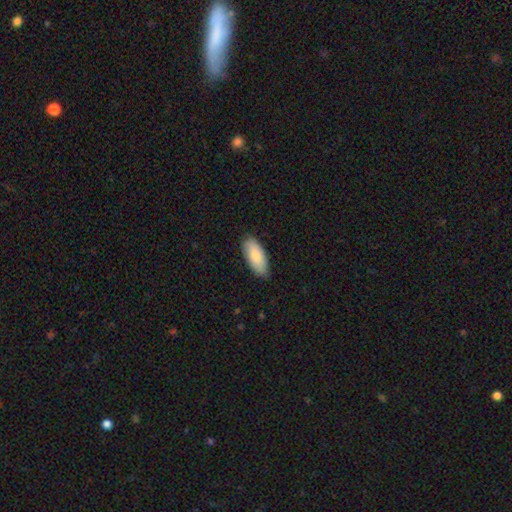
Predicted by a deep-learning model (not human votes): A smooth galaxy with no disk features (79%) that is in between round and cigar-shaped (87%).

Vote fractions:
- Smooth or featured? smooth: 79% / featured or disk: 15% / star or artifact: 6%
- How rounded? in between: 87% / cigar-shaped: 11% / round: 2%
- Merging? none: 85% / minor disturbance: 12% / major disturbance: 2% / merger: 1%